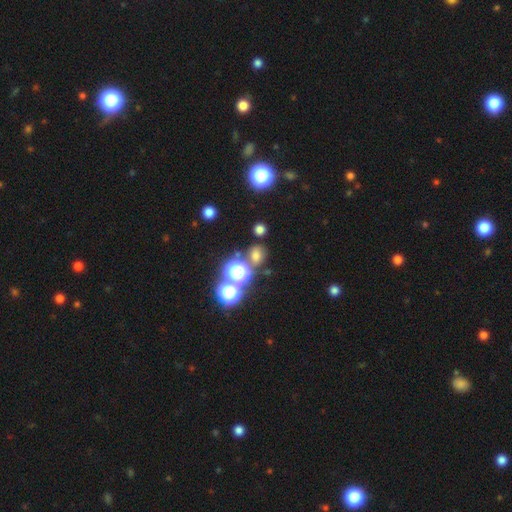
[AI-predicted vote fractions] Overall: smooth (60%; star or artifact 31%). How rounded: round (63%; in between 35%). Merging: none (70%).